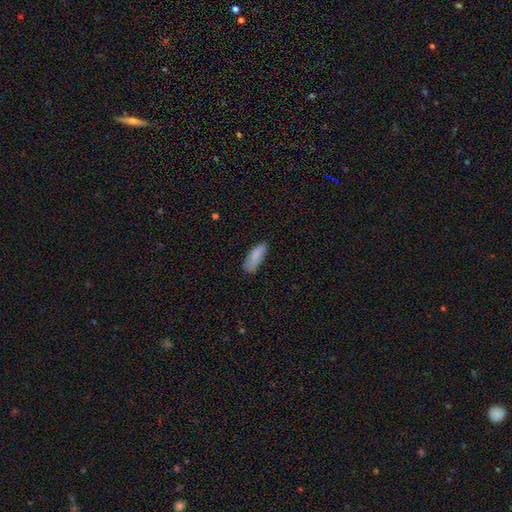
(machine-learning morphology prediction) type=smooth (84%); roundness=in between (68%); merging=none (71%).